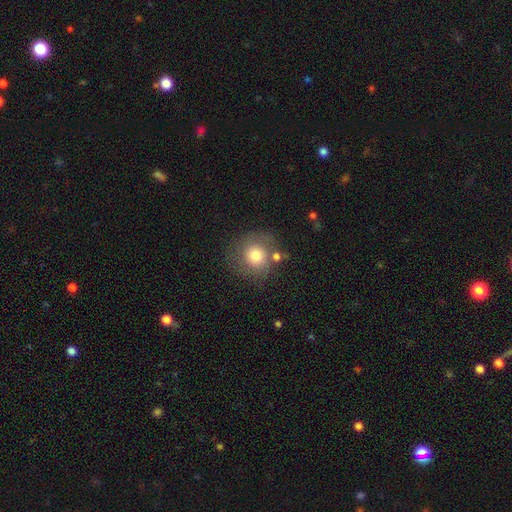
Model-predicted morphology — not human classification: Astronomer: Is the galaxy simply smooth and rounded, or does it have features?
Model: smooth — 72%.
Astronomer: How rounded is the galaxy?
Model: round — 88%.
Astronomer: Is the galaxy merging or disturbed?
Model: none — 68%.